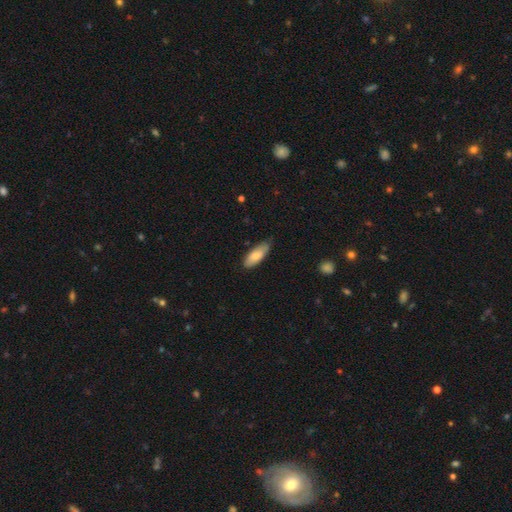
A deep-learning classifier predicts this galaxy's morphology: smooth-or-featured: smooth: 79% | featured or disk: 16% | star or artifact: 6%
  how-rounded: in between: 73% | cigar-shaped: 25% | round: 2%
  merging: none: 70% | minor disturbance: 26% | major disturbance: 3% | merger: 1%